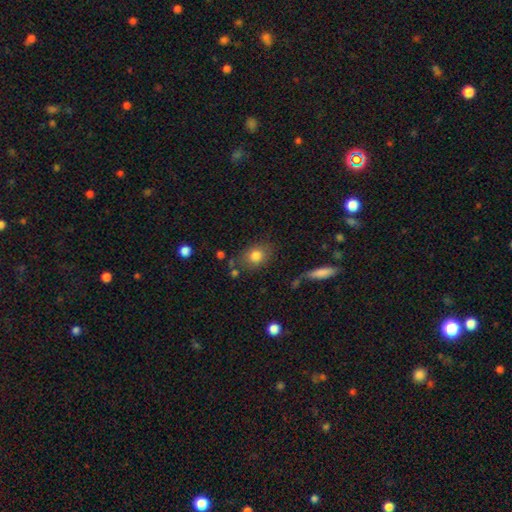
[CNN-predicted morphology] This is clearly a smooth galaxy (81%). How rounded: possibly in between (57%). Merging: likely none (73%).